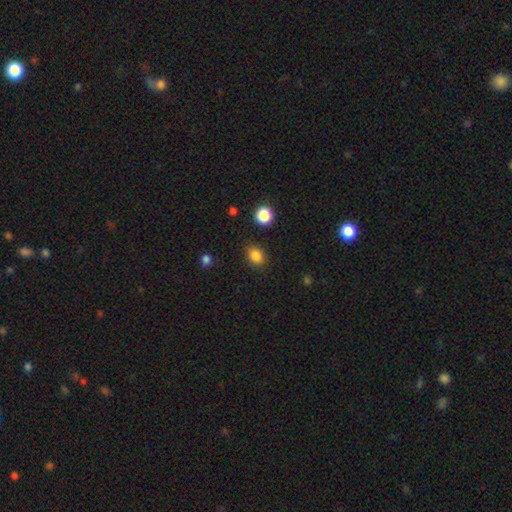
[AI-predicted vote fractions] This appears to be a smooth galaxy with no disk features (84%) that is round (52%). Merging: none (86%).